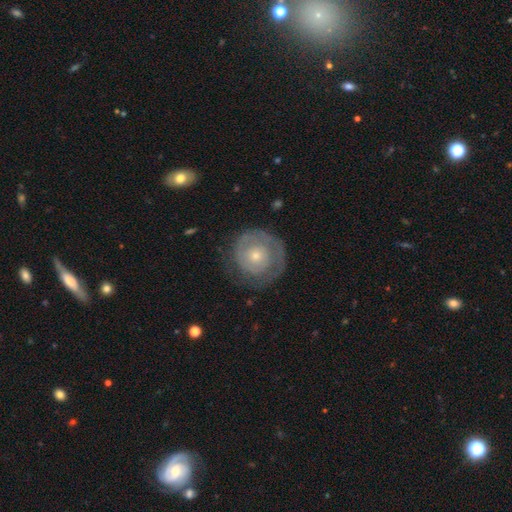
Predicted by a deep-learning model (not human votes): smooth_or_featured: featured or disk (p=0.71) [alt: smooth p=0.23]
disk_edge_on: no (p=0.97) [alt: yes p=0.03]
bar: no (p=0.84) [alt: weak p=0.13]
has_spiral_arms: yes (p=0.80) [alt: no p=0.20]
spiral_winding: tight (p=0.77) [alt: medium p=0.16]
spiral_arm_count: 1 (p=0.32) [alt: can't tell p=0.31]
bulge_size: small (p=0.61) [alt: moderate p=0.35]
merging: none (p=0.74) [alt: minor disturbance p=0.16]